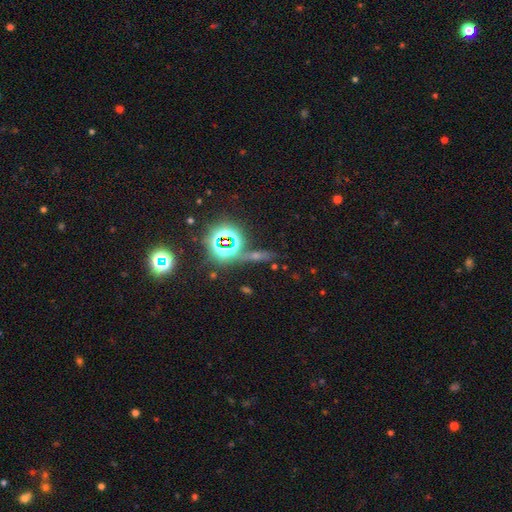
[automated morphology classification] Q: Smooth or featured?
A: star or artifact (58%); runner-up: smooth (23%)